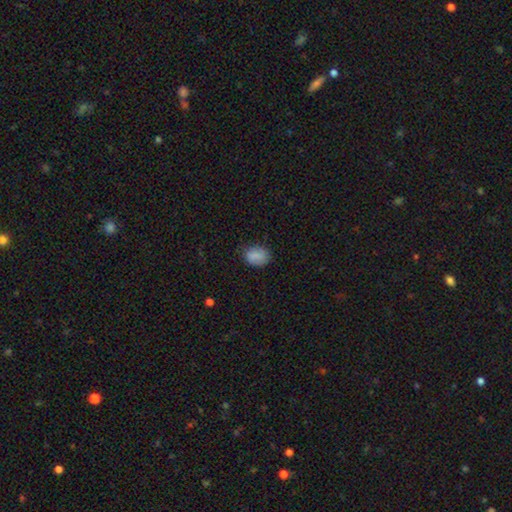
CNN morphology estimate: Smooth or featured? smooth (84%)
How rounded? in between (72%)
Merging? none (74%)